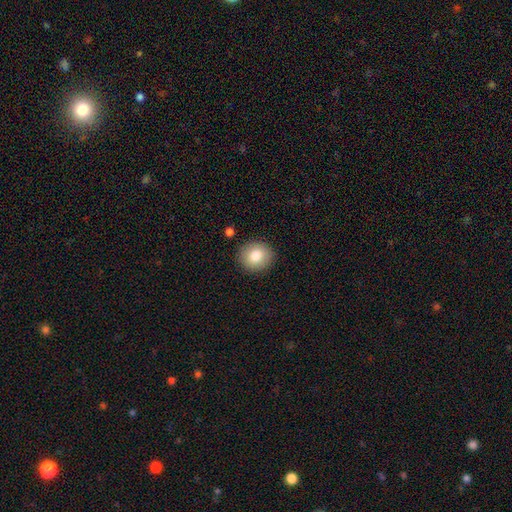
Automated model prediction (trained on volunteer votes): smooth 82%, featured or disk 9%, star or artifact 8%. Down the decision tree: how rounded — round (85%); merging — none (89%).